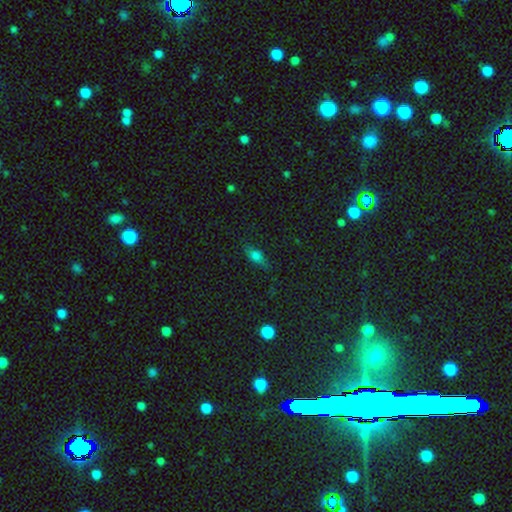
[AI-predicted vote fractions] Q: Smooth or featured?
A: smooth (62%); runner-up: featured or disk (23%)
Q: How rounded?
A: in between (69%); runner-up: cigar-shaped (23%)
Q: Merging?
A: none (78%); runner-up: minor disturbance (16%)